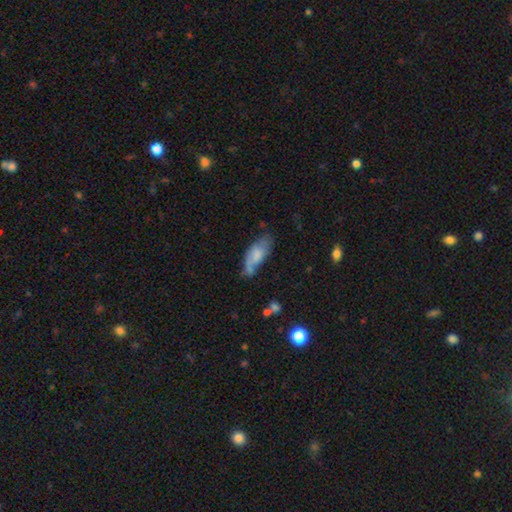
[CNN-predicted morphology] smooth_or_featured: smooth (p=0.60) [alt: featured or disk p=0.33]
how_rounded: in between (p=0.81) [alt: cigar-shaped p=0.17]
merging: none (p=0.43) [alt: minor disturbance p=0.34]